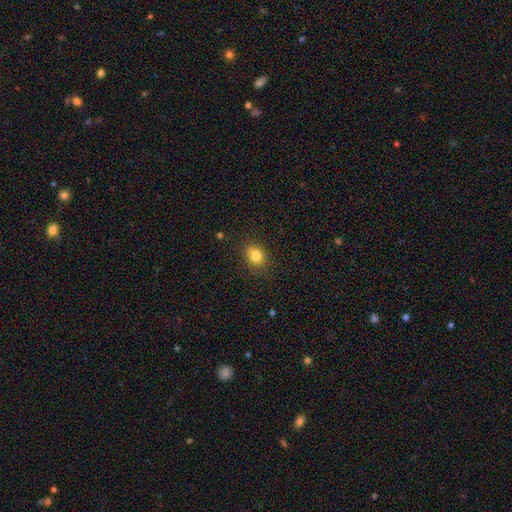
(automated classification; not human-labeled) Smooth or featured? smooth (82%)
How rounded? in between (59%)
Merging? none (84%)